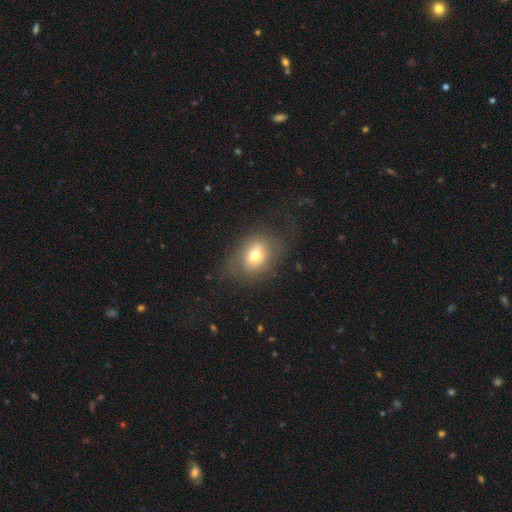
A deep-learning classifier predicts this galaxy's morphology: Q: Smooth or featured?
A: smooth (67%); runner-up: featured or disk (22%)
Q: How rounded?
A: in between (58%); runner-up: round (41%)
Q: Merging?
A: none (59%); runner-up: minor disturbance (22%)